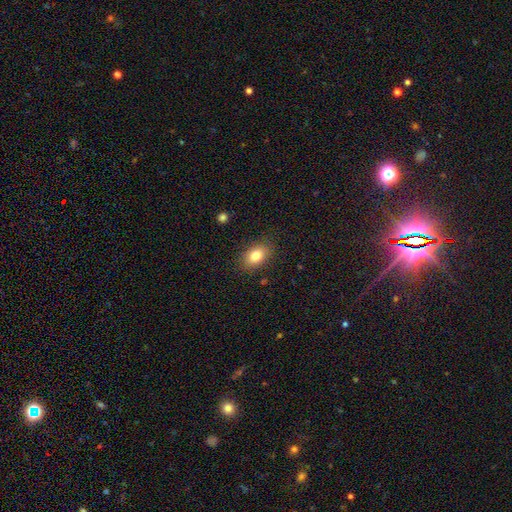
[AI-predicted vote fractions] Smooth or featured? smooth (81%)
How rounded? in between (85%)
Merging? none (86%)